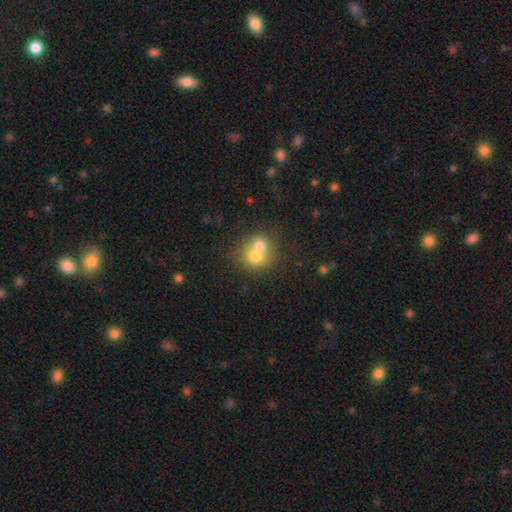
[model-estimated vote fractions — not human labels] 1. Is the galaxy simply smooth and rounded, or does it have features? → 68% smooth, 22% featured or disk, 10% star or artifact.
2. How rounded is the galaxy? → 79% round, 20% in between, 1% cigar-shaped.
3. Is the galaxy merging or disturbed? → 64% merger, 28% none, 5% minor disturbance, 3% major disturbance.